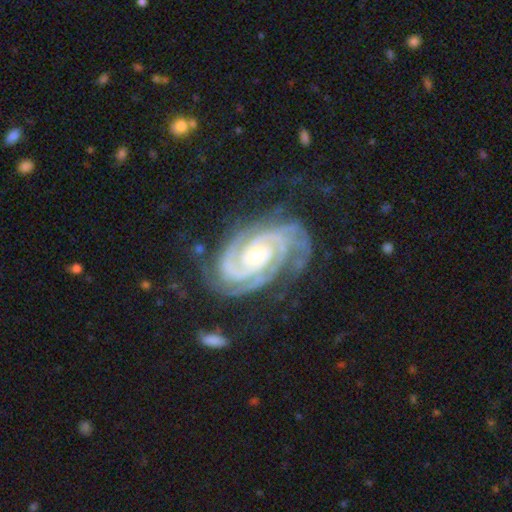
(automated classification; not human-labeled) Smooth or featured? Predicted: featured or disk (p=0.93). Edge-on disk? Predicted: no (p=0.97). Bar? Predicted: no (p=0.63). Spiral arms? Predicted: yes (p=0.99). Spiral winding? Predicted: tight (p=0.80). Spiral arm count? Predicted: 2 (p=0.48). Bulge size? Predicted: small (p=0.54). Merging? Predicted: none (p=0.70).